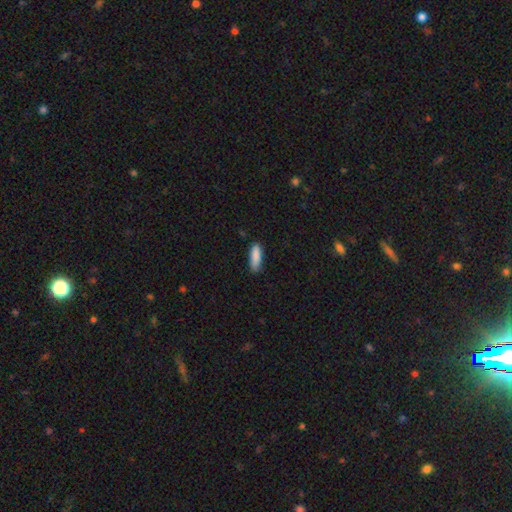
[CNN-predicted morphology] Smooth or featured?
  - smooth: 88% *
  - star or artifact: 6%
  - featured or disk: 5%
How rounded?
  - cigar-shaped: 52% *
  - in between: 47%
  - round: 2%
Merging?
  - none: 81% *
  - minor disturbance: 15%
  - major disturbance: 2%
  - merger: 1%